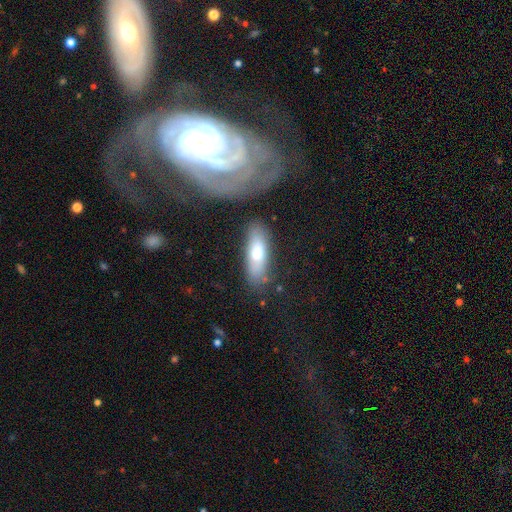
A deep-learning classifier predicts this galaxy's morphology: Smooth or featured: smooth — 68% (featured or disk — 25%)
How rounded: in between — 64% (cigar-shaped — 34%)
Merging: none — 76% (minor disturbance — 14%)